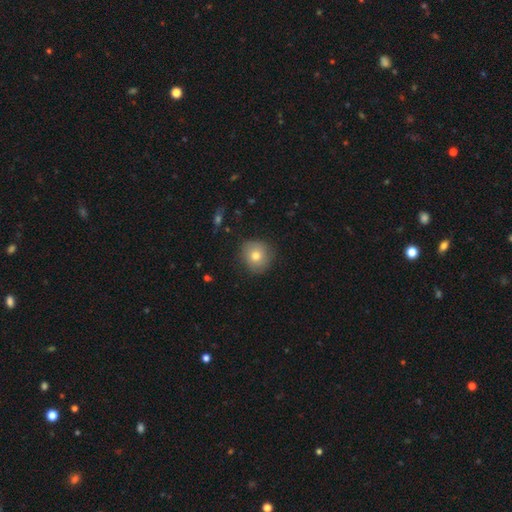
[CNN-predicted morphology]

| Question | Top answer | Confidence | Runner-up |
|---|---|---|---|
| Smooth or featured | smooth | 77% | featured or disk (13%) |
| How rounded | round | 89% | in between (10%) |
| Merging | none | 83% | minor disturbance (13%) |